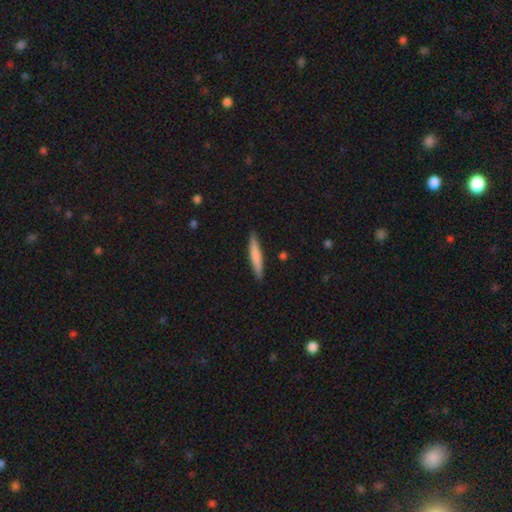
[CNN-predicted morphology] Smooth or featured? smooth (73%)
How rounded? cigar-shaped (93%)
Merging? none (88%)